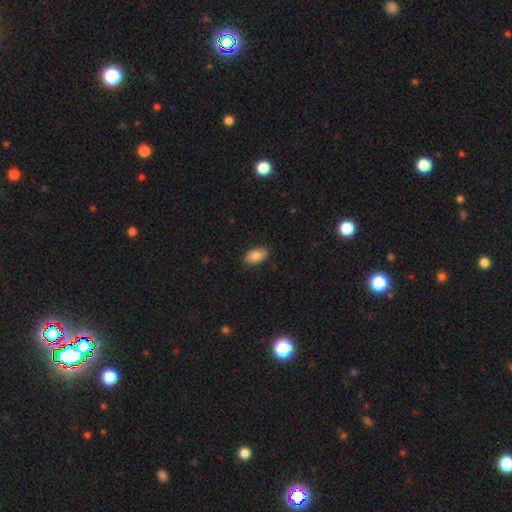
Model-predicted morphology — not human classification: A smooth galaxy with no disk features (81%) that is in between round and cigar-shaped (93%).

Vote fractions:
- Smooth or featured? smooth: 81% / featured or disk: 12% / star or artifact: 7%
- How rounded? in between: 93% / round: 6% / cigar-shaped: 2%
- Merging? none: 85% / minor disturbance: 12% / major disturbance: 2% / merger: 1%